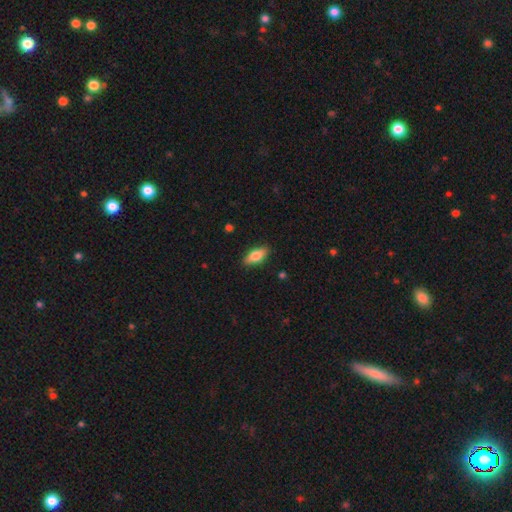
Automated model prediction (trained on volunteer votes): Q: Smooth or featured?
A: smooth (74%); runner-up: featured or disk (20%)
Q: How rounded?
A: in between (78%); runner-up: cigar-shaped (19%)
Q: Merging?
A: none (88%); runner-up: minor disturbance (9%)